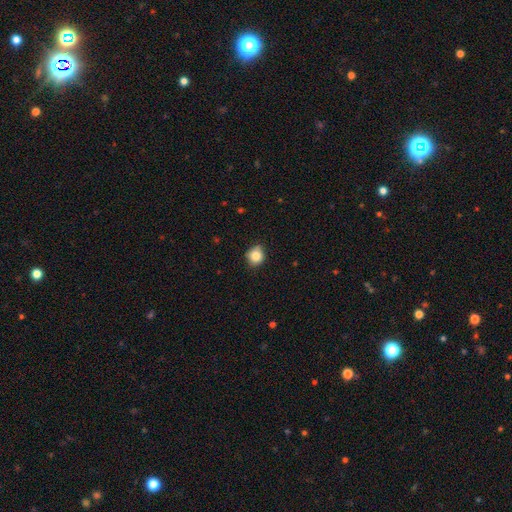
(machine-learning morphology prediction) Overall: smooth (84%). How rounded: round (85%). Merging: none (79%).